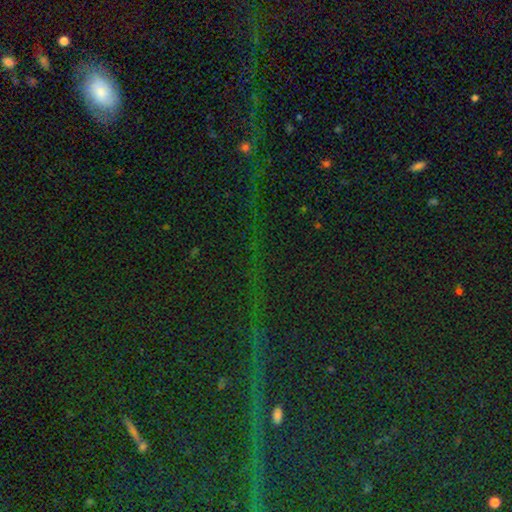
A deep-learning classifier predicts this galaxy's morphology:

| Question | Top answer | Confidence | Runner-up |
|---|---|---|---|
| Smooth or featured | star or artifact | 81% | smooth (10%) |